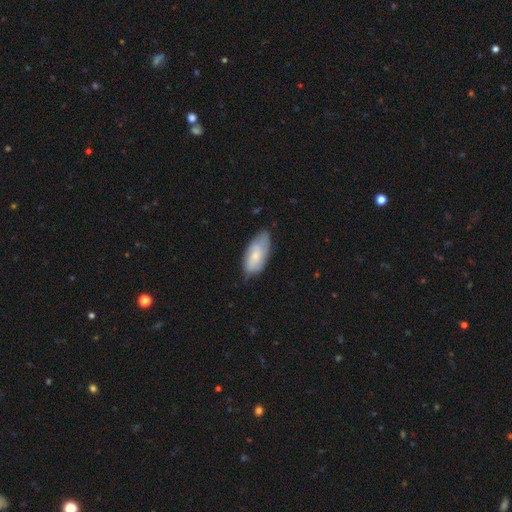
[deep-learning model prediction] This appears to be a smooth galaxy with no disk features (58%) that is in between round and cigar-shaped (88%). Merging: none (62%).